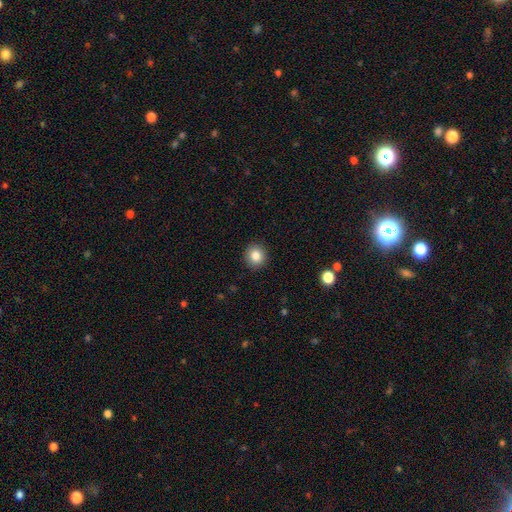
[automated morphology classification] This appears to be a smooth galaxy with no disk features (84%) that is round (88%). Merging: none (91%).